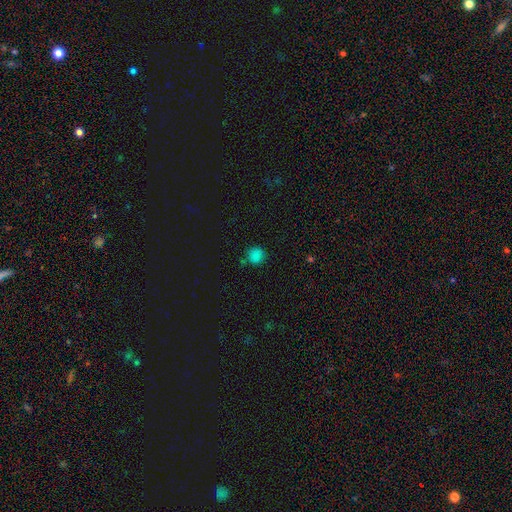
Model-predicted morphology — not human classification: Smooth or featured?
  - smooth: 80% *
  - star or artifact: 17%
  - featured or disk: 4%
How rounded?
  - round: 90% *
  - in between: 9%
  - cigar-shaped: 1%
Merging?
  - none: 78% *
  - minor disturbance: 12%
  - merger: 6%
  - major disturbance: 3%